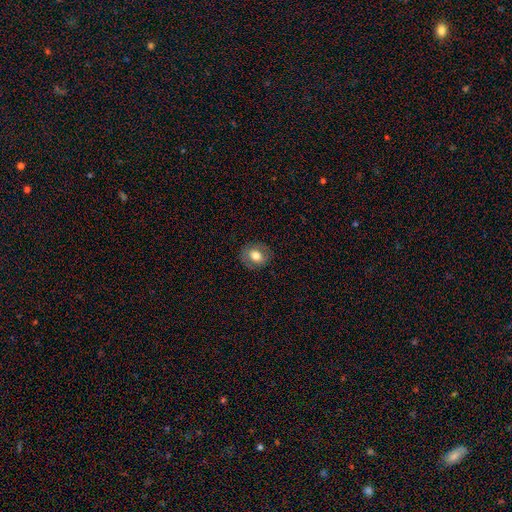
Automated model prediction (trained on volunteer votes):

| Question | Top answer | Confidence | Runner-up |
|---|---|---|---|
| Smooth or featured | smooth | 69% | featured or disk (23%) |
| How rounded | round | 56% | in between (43%) |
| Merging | none | 85% | minor disturbance (11%) |